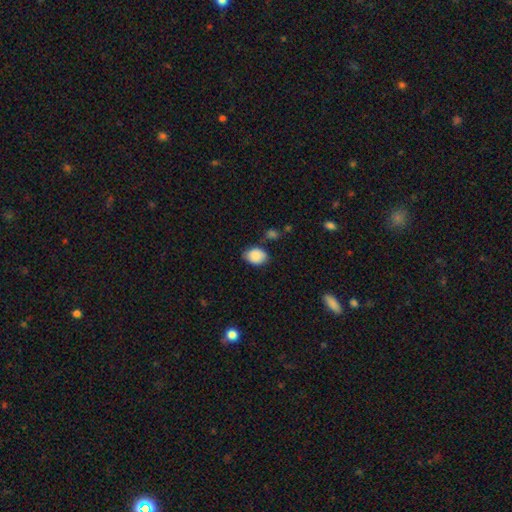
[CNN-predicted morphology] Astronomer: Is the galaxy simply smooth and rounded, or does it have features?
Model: smooth — 87%.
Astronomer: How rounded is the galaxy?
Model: in between — 69%.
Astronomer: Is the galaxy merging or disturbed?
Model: none — 70%.